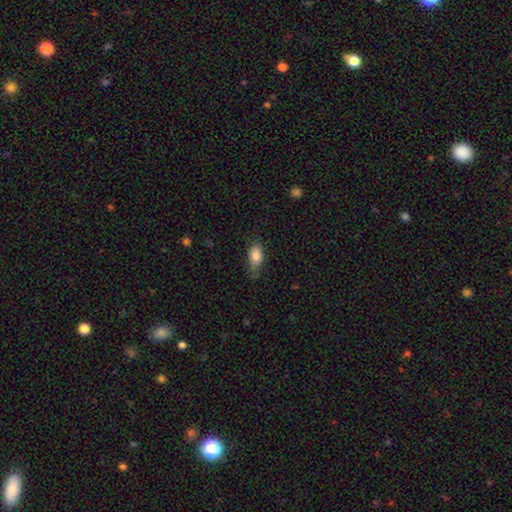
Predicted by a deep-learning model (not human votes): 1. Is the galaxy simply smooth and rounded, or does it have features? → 85% smooth, 8% featured or disk, 8% star or artifact.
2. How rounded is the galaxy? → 89% in between, 6% round, 5% cigar-shaped.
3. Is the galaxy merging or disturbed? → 57% none, 32% minor disturbance, 9% major disturbance, 2% merger.